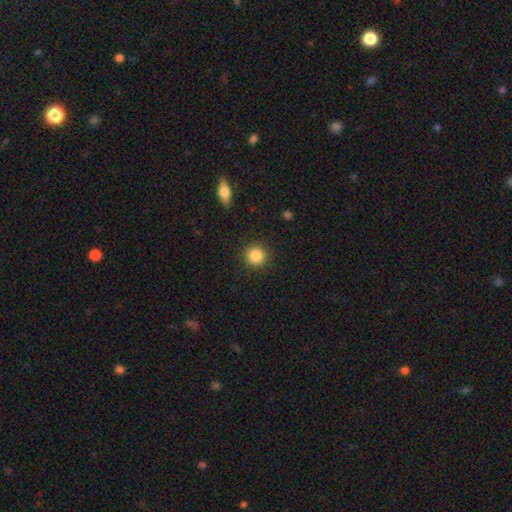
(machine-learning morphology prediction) Smooth or featured: smooth — 86% (star or artifact — 10%)
How rounded: round — 94% (in between — 6%)
Merging: none — 91% (minor disturbance — 6%)